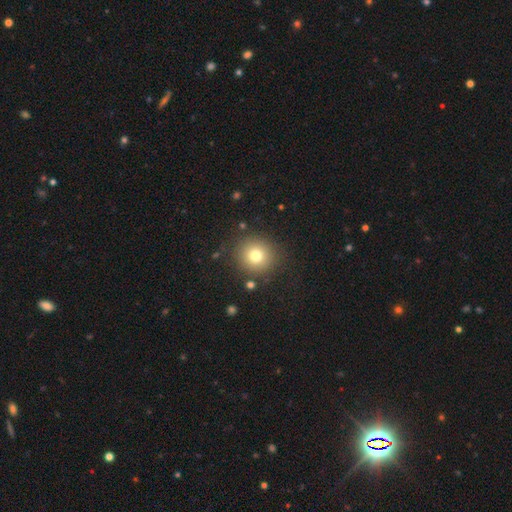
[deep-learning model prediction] Smooth or featured: smooth — 76% (star or artifact — 13%)
How rounded: round — 91% (in between — 8%)
Merging: none — 86% (minor disturbance — 8%)